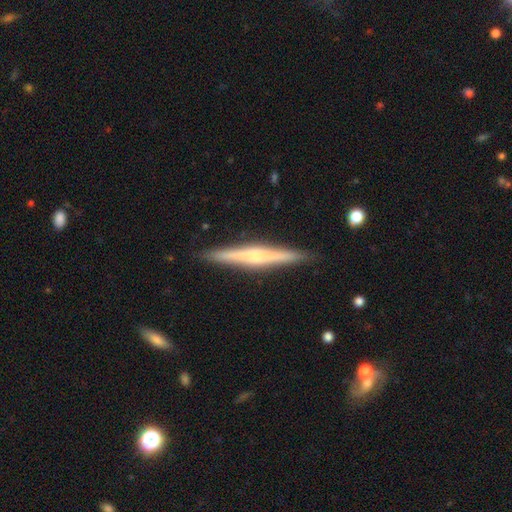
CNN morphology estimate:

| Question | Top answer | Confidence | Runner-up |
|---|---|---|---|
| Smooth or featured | featured or disk | 69% | smooth (25%) |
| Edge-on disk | yes | 98% | no (2%) |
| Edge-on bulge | rounded | 71% | none (17%) |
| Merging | none | 91% | minor disturbance (7%) |